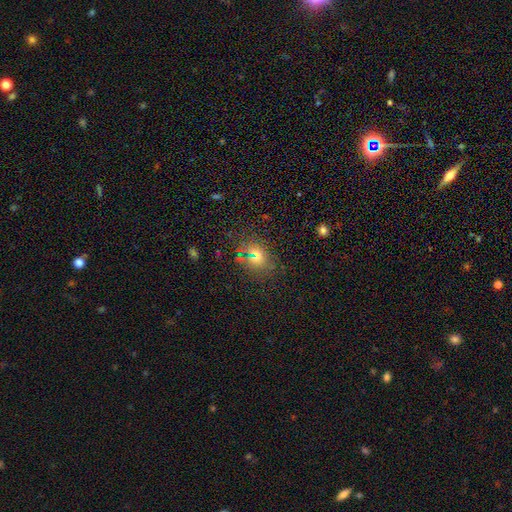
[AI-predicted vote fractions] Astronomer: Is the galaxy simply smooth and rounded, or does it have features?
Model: smooth — 62%.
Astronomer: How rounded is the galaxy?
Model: in between — 50% (runner-up: round, 48%).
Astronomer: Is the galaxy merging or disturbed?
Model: none — 81%.